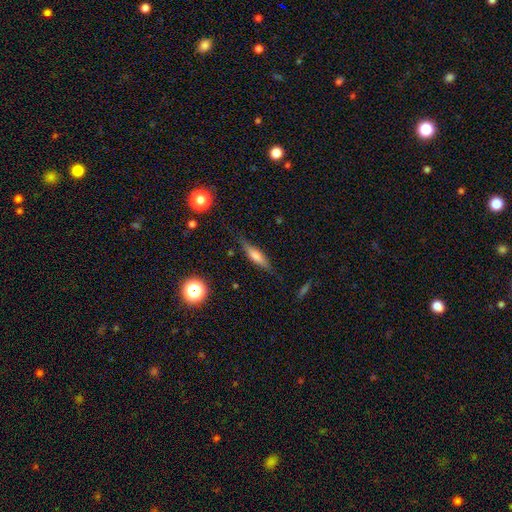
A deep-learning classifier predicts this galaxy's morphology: smooth 50%, featured or disk 41%, star or artifact 9%. Down the decision tree: how rounded — cigar-shaped (69%); merging — none (76%).